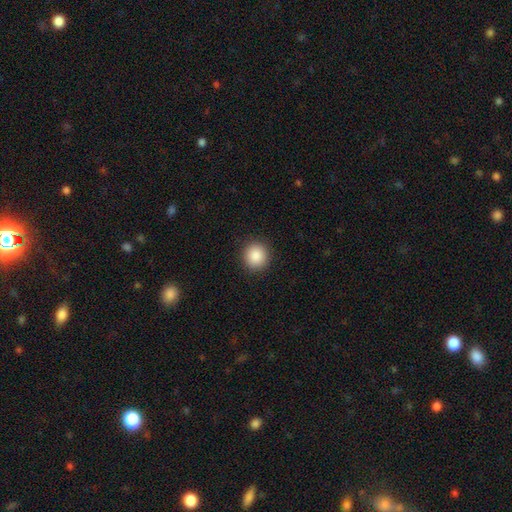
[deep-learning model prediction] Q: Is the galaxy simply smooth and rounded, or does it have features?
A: smooth — 88%.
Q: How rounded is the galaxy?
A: round — 91%.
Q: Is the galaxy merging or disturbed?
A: none — 91%.